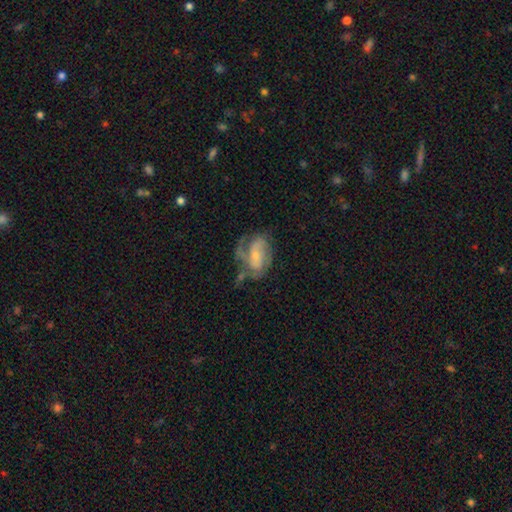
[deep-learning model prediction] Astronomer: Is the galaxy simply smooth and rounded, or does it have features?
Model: featured or disk — 72%.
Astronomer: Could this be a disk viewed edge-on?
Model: no — 97%.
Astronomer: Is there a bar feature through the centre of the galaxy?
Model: no — 49% (runner-up: weak, 37%).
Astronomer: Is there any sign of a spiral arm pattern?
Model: yes — 84%.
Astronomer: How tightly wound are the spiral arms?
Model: medium — 44% (runner-up: tight, 31%).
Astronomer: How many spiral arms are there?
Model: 2 — 42% (runner-up: can't tell, 22%).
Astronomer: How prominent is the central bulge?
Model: small — 62%.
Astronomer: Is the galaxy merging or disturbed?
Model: none — 39% (runner-up: major disturbance, 30%).